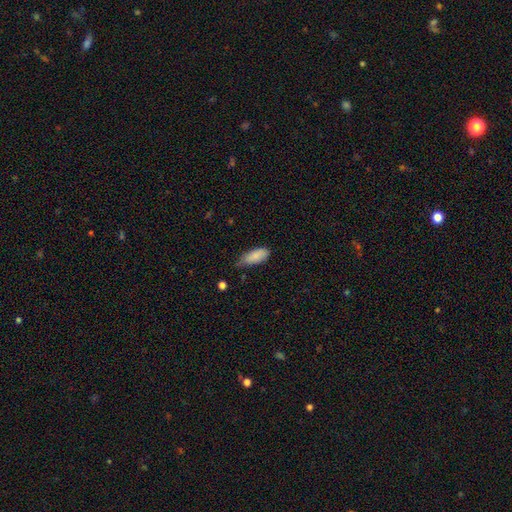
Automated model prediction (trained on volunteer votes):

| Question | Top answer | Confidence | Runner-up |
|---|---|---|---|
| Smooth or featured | smooth | 86% | featured or disk (8%) |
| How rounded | in between | 85% | cigar-shaped (14%) |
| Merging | none | 51% | minor disturbance (41%) |